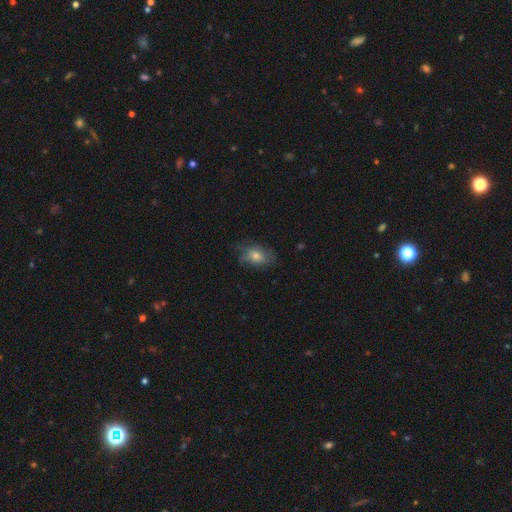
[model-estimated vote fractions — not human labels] Morphology: type=smooth (58%); roundness=in between (80%); merging=none (61%).